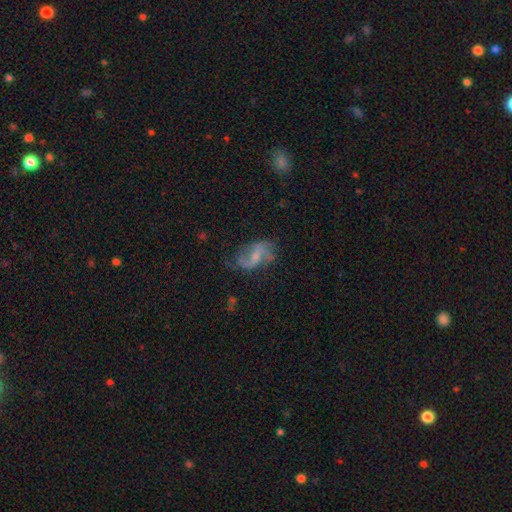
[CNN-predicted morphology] A featured or disk galaxy (74%) with a weak bar (48%), 2 (85%) loose (70%) spiral arms (89%) and a small central bulge (53%).

Vote fractions:
- Smooth or featured? featured or disk: 74% / smooth: 18% / star or artifact: 8%
- Edge-on disk? no: 97% / yes: 3%
- Bar? weak: 48% / no: 33% / strong: 18%
- Spiral arms? yes: 89% / no: 11%
- Spiral winding? loose: 70% / medium: 24% / tight: 7%
- Spiral arm count? 2: 85% / can't tell: 6% / 1: 4% / 3: 2% / 4: 1% / more than 4: 1%
- Bulge size? small: 53% / moderate: 30% / none: 14% / large: 2% / dominant: 1%
- Merging? none: 59% / minor disturbance: 23% / major disturbance: 15% / merger: 2%